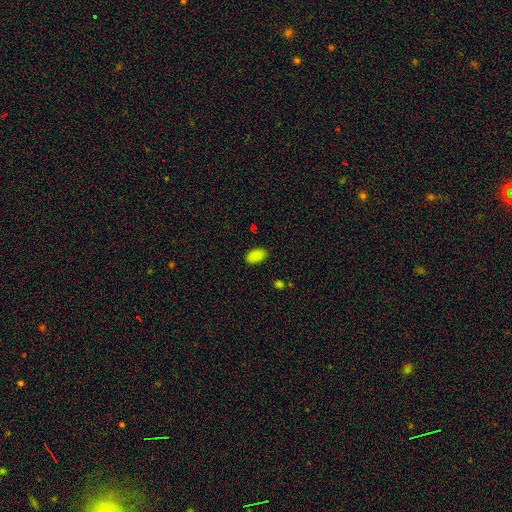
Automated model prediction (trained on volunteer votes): Overall: smooth (87%). How rounded: in between (94%). Merging: none (87%).